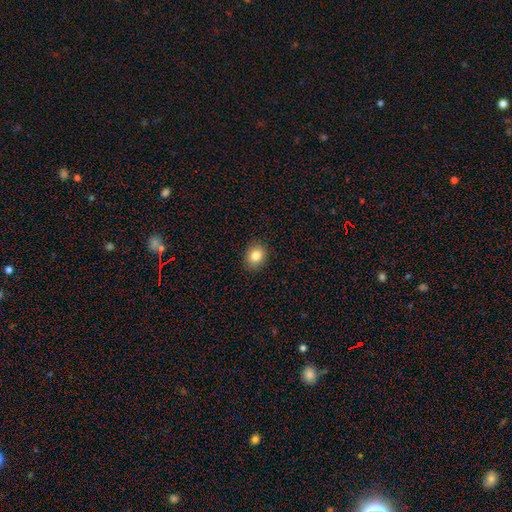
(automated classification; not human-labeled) The model was most divided on "how rounded": round: 61%, in between: 38%, cigar-shaped: 1%. More confident: merging — none (89%); smooth or featured — smooth (83%).